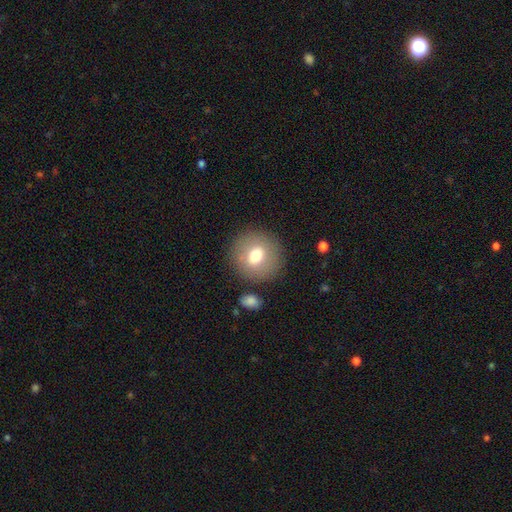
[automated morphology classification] type=smooth (70%); roundness=round (87%); merging=none (85%).